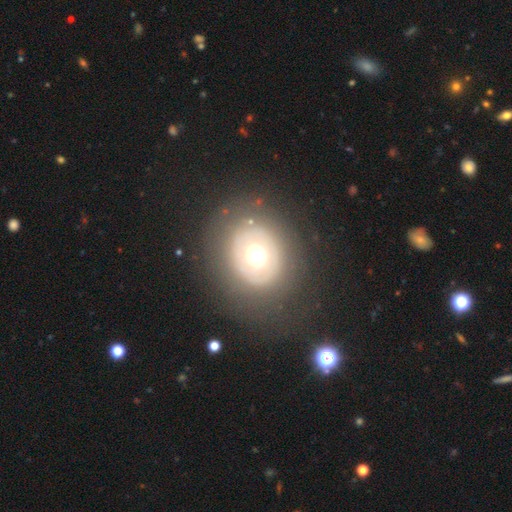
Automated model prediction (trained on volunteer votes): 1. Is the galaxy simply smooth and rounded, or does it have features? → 53% featured or disk, 39% smooth, 7% star or artifact.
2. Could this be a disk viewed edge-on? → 95% no, 5% yes.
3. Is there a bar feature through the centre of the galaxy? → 89% no, 7% weak, 3% strong.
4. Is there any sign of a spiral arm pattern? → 85% no, 15% yes.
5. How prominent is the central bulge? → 63% moderate, 26% large, 7% small, 3% dominant, 1% none.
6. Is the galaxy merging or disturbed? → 77% none, 13% minor disturbance, 9% major disturbance, 2% merger.